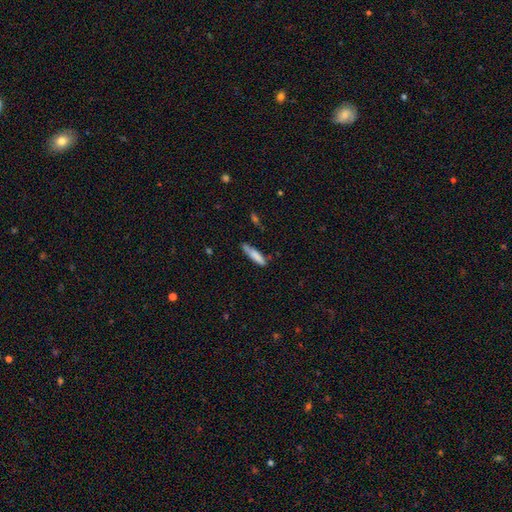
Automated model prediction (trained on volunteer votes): Smooth or featured? smooth (79%)
How rounded? cigar-shaped (79%)
Merging? none (64%)